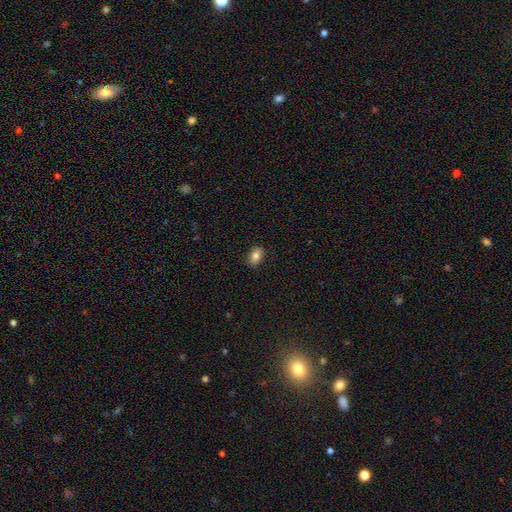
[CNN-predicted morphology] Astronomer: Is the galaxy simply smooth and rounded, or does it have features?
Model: smooth — 82%.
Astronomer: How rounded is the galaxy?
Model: in between — 81%.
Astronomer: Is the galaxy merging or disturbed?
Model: none — 86%.